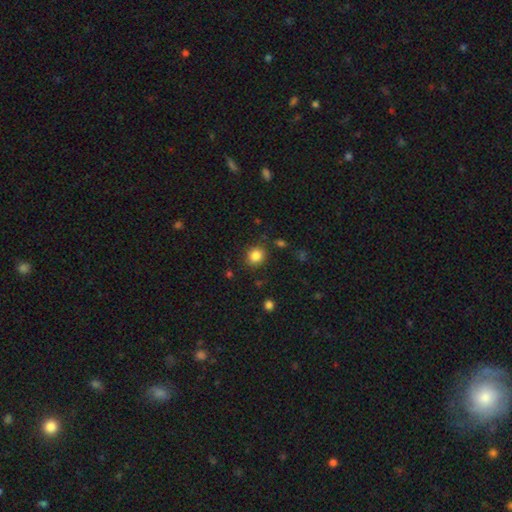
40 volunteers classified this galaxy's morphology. smooth-or-featured: smooth: 88% | star or artifact: 10% | featured or disk: 2%
  how-rounded: round: 71% | in between: 29% | cigar-shaped: 0%
  merging: none: 86% | minor disturbance: 8% | major disturbance: 6% | merger: 0%